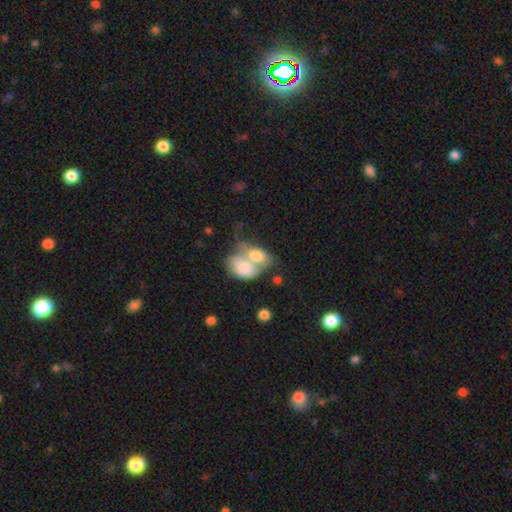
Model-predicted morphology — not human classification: A smooth galaxy with no disk features (70%) that is in between round and cigar-shaped (78%). Merging: merger (75%).